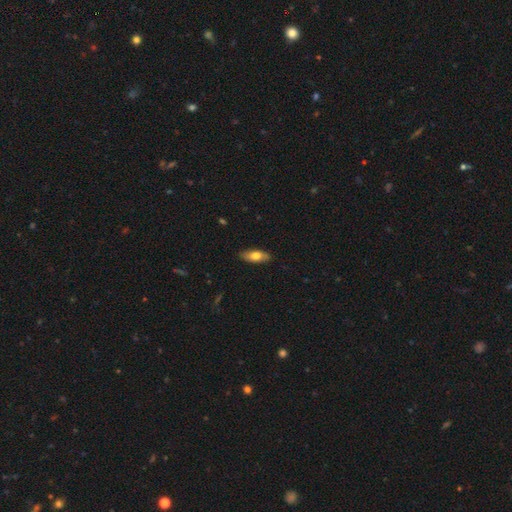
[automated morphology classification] smooth-or-featured: smooth: 72% | featured or disk: 22% | star or artifact: 6%
  how-rounded: in between: 77% | cigar-shaped: 20% | round: 3%
  merging: none: 87% | minor disturbance: 10% | major disturbance: 2% | merger: 1%